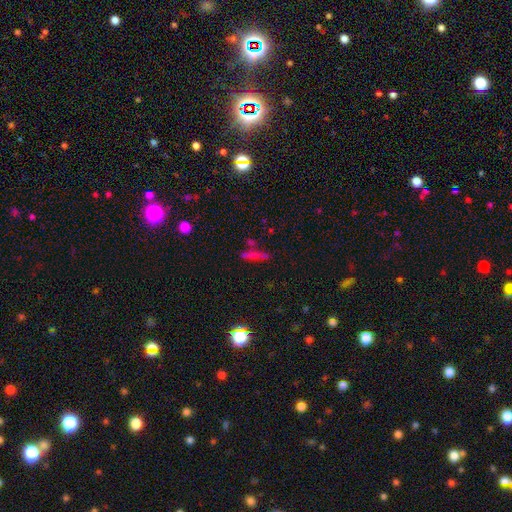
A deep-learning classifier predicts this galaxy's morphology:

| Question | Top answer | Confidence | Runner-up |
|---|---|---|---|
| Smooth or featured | smooth | 63% | featured or disk (21%) |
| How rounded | cigar-shaped | 88% | in between (9%) |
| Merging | none | 74% | minor disturbance (13%) |